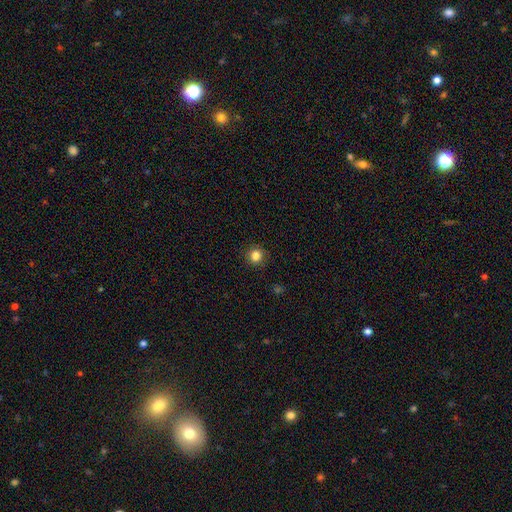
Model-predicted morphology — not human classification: Smooth or featured? Predicted: smooth (p=0.84). How rounded? Predicted: round (p=0.93). Merging? Predicted: none (p=0.91).